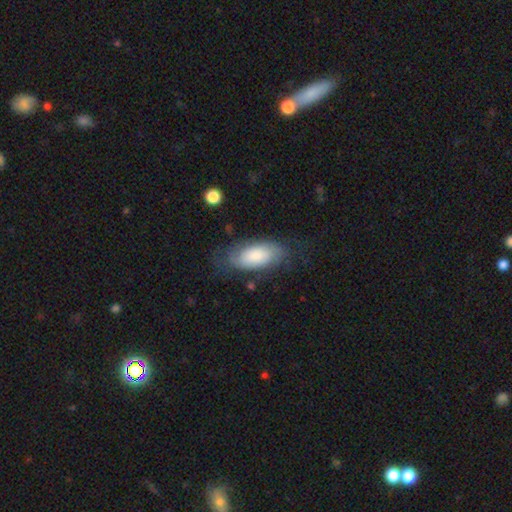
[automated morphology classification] smooth 60%, featured or disk 33%, star or artifact 7%. Down the decision tree: how rounded — in between (92%); merging — none (63%).